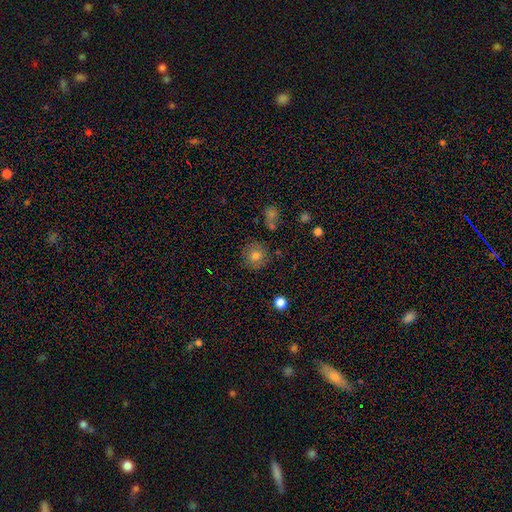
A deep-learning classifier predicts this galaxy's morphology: A smooth galaxy with no disk features (78%) that is round (91%). Merging: none (83%).